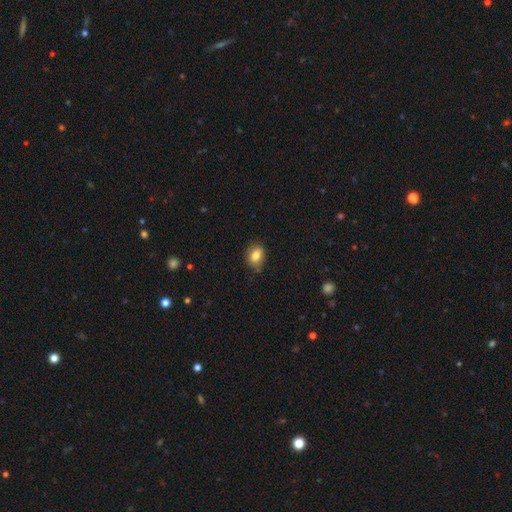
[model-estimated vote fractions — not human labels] smooth 81%, featured or disk 10%, star or artifact 9%. Down the decision tree: how rounded — in between (74%); merging — none (74%).